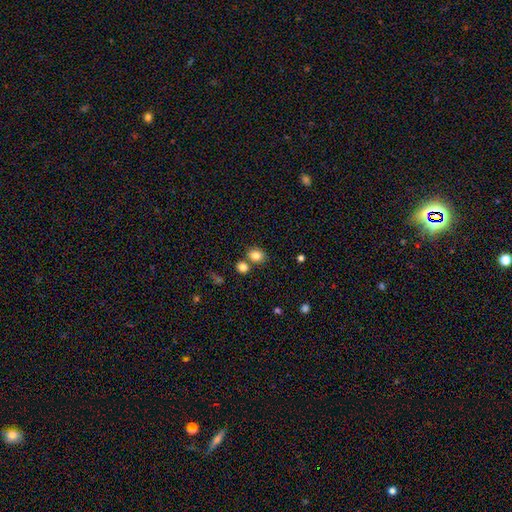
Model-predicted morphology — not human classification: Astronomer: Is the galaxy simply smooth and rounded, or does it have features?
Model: smooth — 82%.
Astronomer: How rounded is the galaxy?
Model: round — 57% (runner-up: in between, 42%).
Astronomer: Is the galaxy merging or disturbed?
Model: none — 69%.